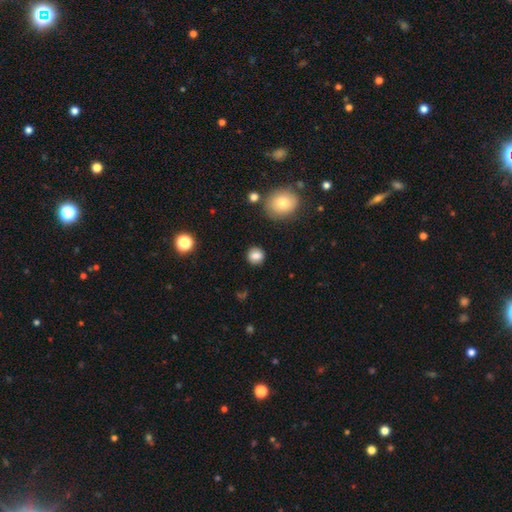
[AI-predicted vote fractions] A smooth galaxy with no disk features (83%) that is round (85%). Merging: none (87%).